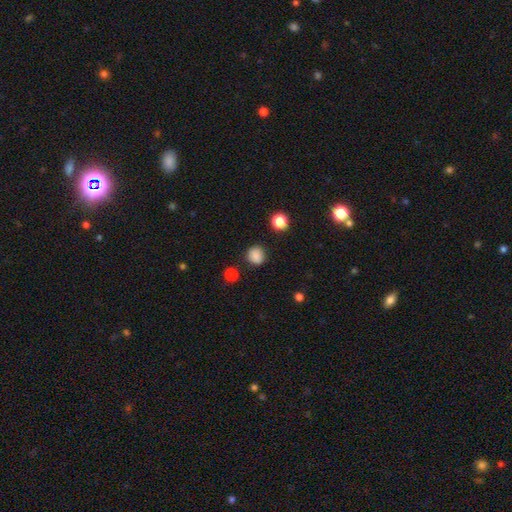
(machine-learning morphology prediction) A smooth galaxy with no disk features (85%) that is round (82%). Merging: none (84%).